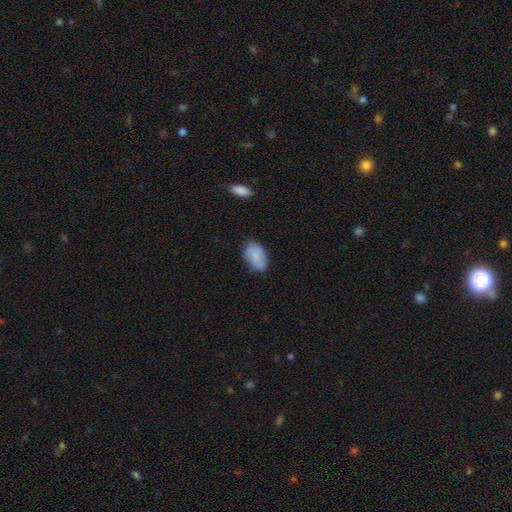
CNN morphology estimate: This appears to be a smooth galaxy with no disk features (75%) that is in between round and cigar-shaped (89%). Merging: none (68%).